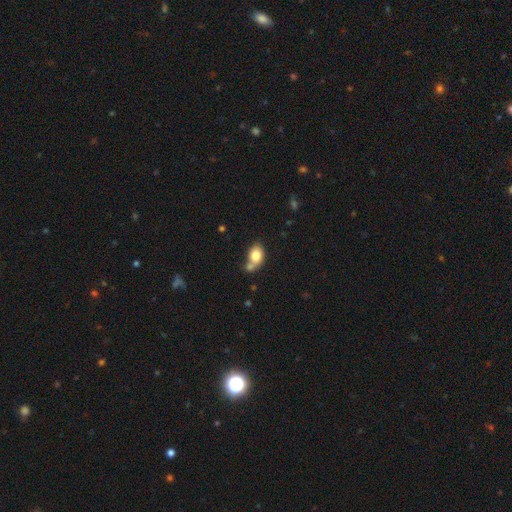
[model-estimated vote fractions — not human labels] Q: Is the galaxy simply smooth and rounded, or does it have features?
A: smooth — 79%.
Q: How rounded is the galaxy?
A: in between — 71%.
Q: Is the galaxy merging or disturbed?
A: none — 40%.